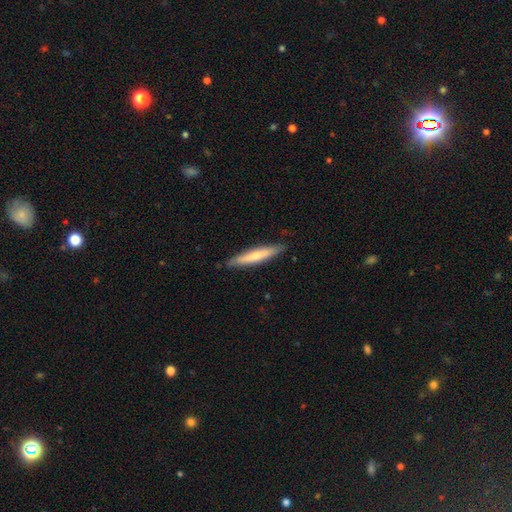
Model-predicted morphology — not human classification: smooth_or_featured: smooth (p=0.61) [alt: featured or disk p=0.34]
how_rounded: cigar-shaped (p=0.92) [alt: in between p=0.07]
merging: none (p=0.86) [alt: minor disturbance p=0.11]